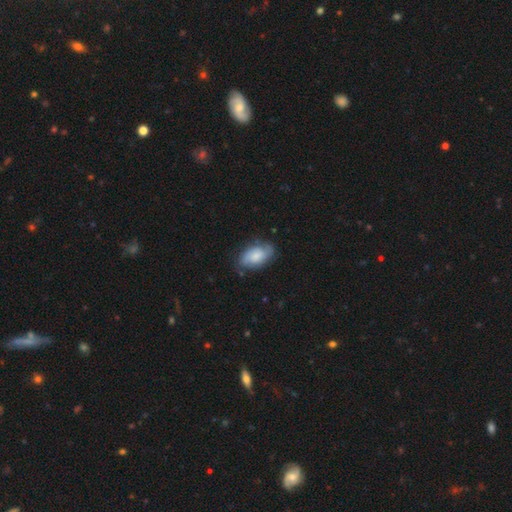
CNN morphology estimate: Smooth or featured? featured or disk (47%)
Merging? none (70%)